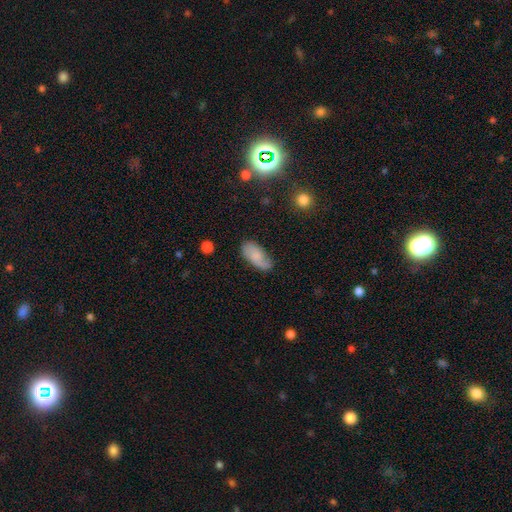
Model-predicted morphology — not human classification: type=smooth (65%); roundness=in between (91%); merging=none (68%).